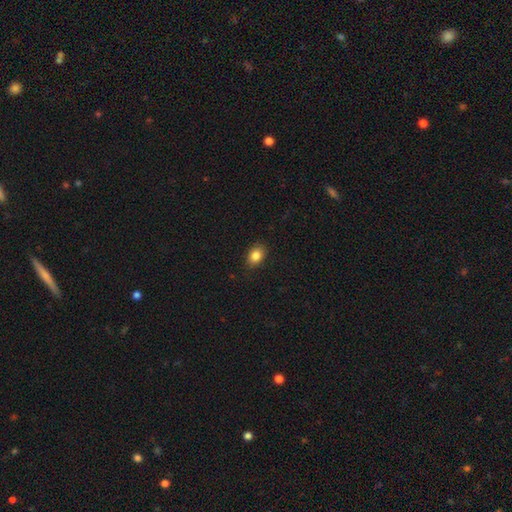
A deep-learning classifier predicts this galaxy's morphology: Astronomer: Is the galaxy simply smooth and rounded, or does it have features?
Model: smooth — 85%.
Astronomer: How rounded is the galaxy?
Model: in between — 73%.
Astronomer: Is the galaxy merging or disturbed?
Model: none — 86%.